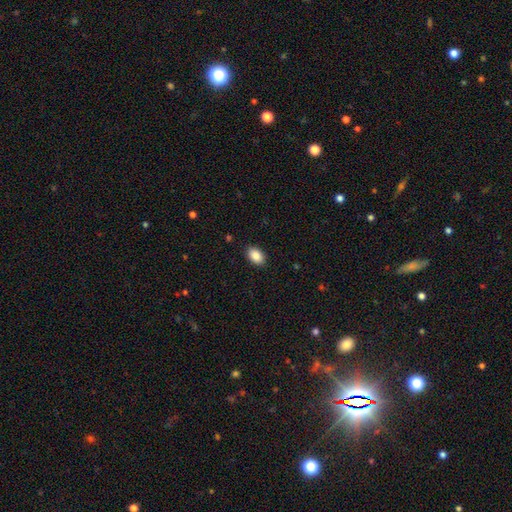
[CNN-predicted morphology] Smooth or featured?
  - smooth: 88% *
  - star or artifact: 7%
  - featured or disk: 4%
How rounded?
  - in between: 89% *
  - round: 10%
  - cigar-shaped: 1%
Merging?
  - none: 89% *
  - minor disturbance: 8%
  - major disturbance: 2%
  - merger: 1%